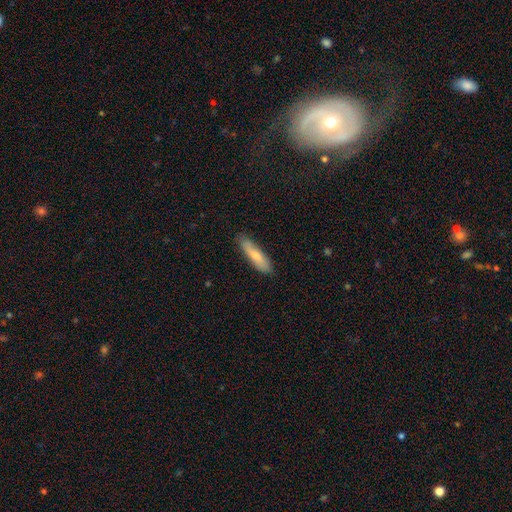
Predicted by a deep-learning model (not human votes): Smooth or featured? Predicted: smooth (p=0.73). How rounded? Predicted: cigar-shaped (p=0.71). Merging? Predicted: none (p=0.82).